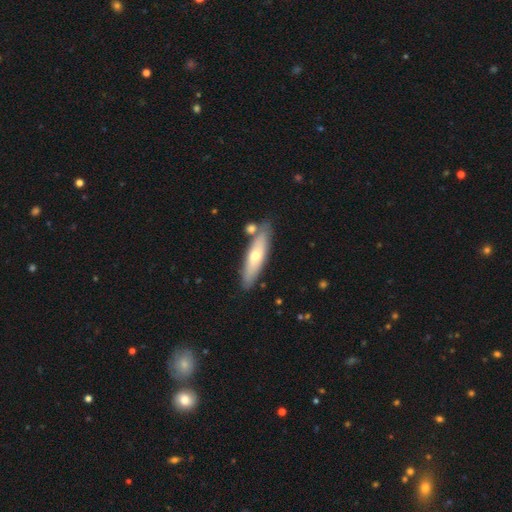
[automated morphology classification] A smooth galaxy with no disk features (51%) that is cigar-shaped (68%).

Vote fractions:
- Smooth or featured? smooth: 51% / featured or disk: 43% / star or artifact: 6%
- How rounded? cigar-shaped: 68% / in between: 30% / round: 2%
- Merging? none: 78% / minor disturbance: 12% / merger: 7% / major disturbance: 3%